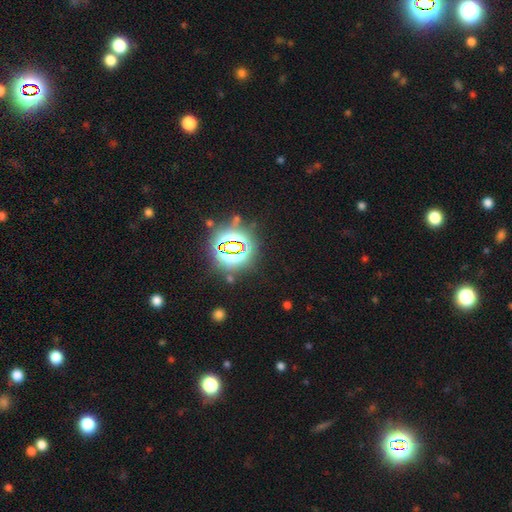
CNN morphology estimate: This is clearly a star or artifact rather than a galaxy (82%).